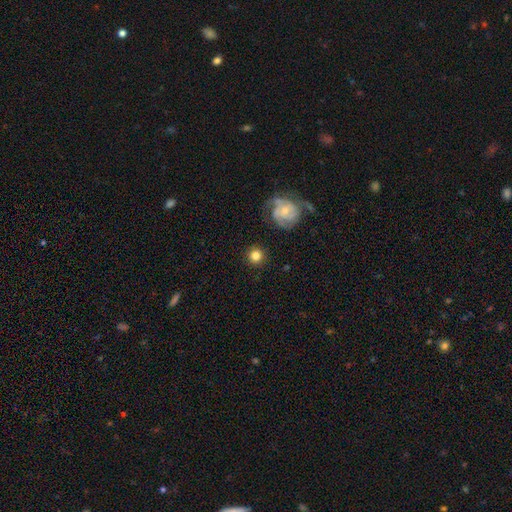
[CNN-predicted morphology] Smooth or featured: smooth — 77% (featured or disk — 14%)
How rounded: round — 94% (in between — 5%)
Merging: none — 88% (minor disturbance — 7%)